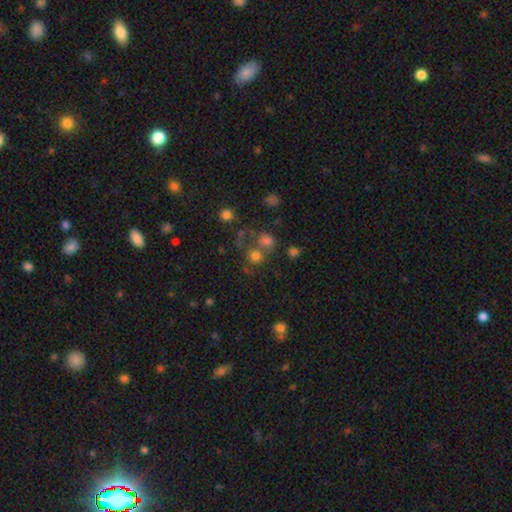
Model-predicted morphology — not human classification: Smooth or featured? Predicted: smooth (p=0.69). How rounded? Predicted: round (p=0.89). Merging? Predicted: none (p=0.56).